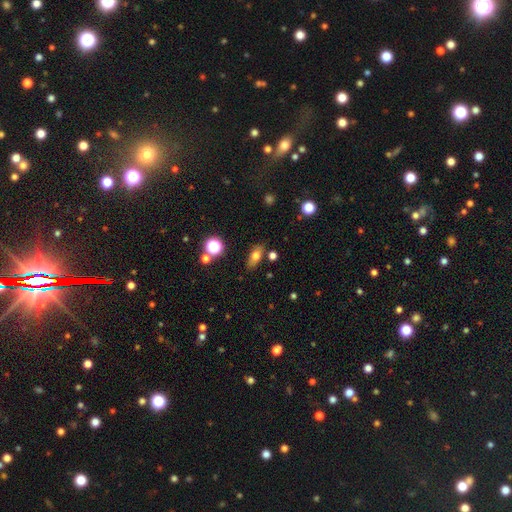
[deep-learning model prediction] smooth_or_featured: smooth (p=0.71) [alt: featured or disk p=0.17]
how_rounded: in between (p=0.77) [alt: cigar-shaped p=0.12]
merging: none (p=0.81) [alt: minor disturbance p=0.12]